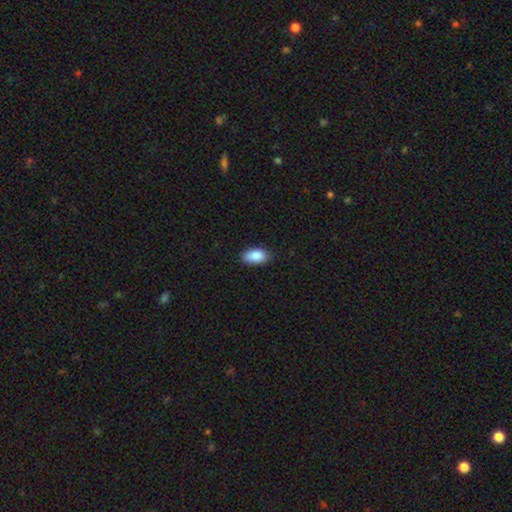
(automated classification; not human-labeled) smooth-or-featured: smooth: 88% | star or artifact: 7% | featured or disk: 5%
  how-rounded: in between: 93% | round: 4% | cigar-shaped: 3%
  merging: none: 83% | minor disturbance: 14% | major disturbance: 2% | merger: 1%